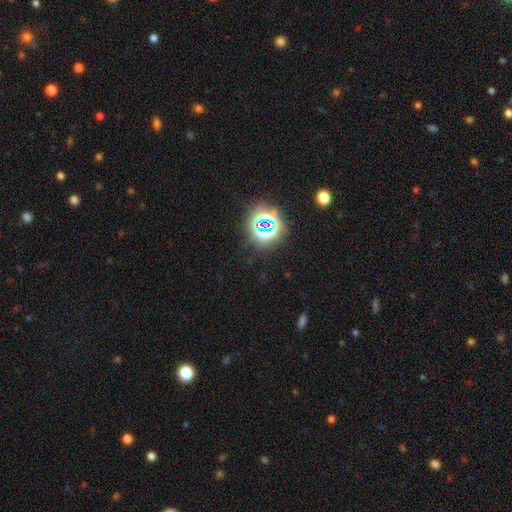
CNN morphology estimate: A star or artifact, not a galaxy (78%).